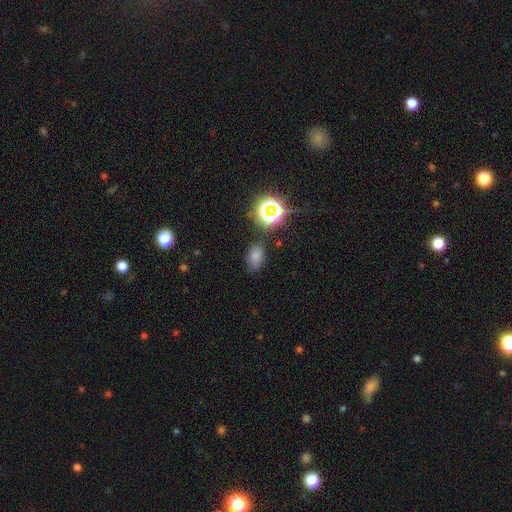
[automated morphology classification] Smooth or featured? smooth (68%)
How rounded? in between (84%)
Merging? none (72%)